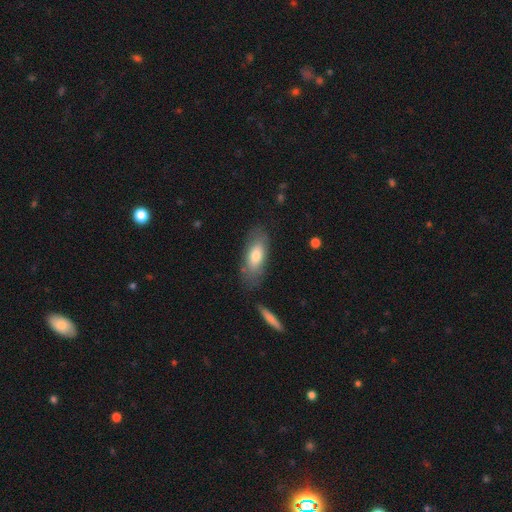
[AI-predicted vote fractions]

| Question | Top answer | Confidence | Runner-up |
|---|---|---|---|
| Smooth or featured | smooth | 72% | featured or disk (22%) |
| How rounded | in between | 78% | cigar-shaped (19%) |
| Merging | none | 75% | minor disturbance (16%) |